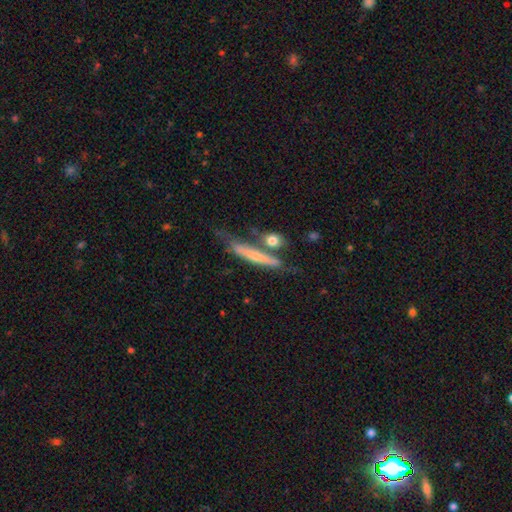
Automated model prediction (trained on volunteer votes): Smooth or featured: smooth — 48% (featured or disk — 45%)
Merging: none — 54% (minor disturbance — 21%)